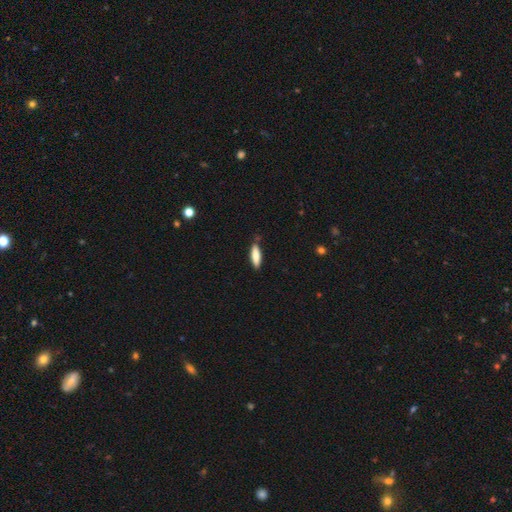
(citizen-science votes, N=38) A smooth galaxy with no disk features (87%) that is cigar-shaped (73%).

Vote fractions:
- Smooth or featured? smooth: 87% / featured or disk: 11% / star or artifact: 3%
- How rounded? cigar-shaped: 73% / in between: 21% / round: 6%
- Merging? none: 81% / minor disturbance: 14% / major disturbance: 3% / merger: 3%